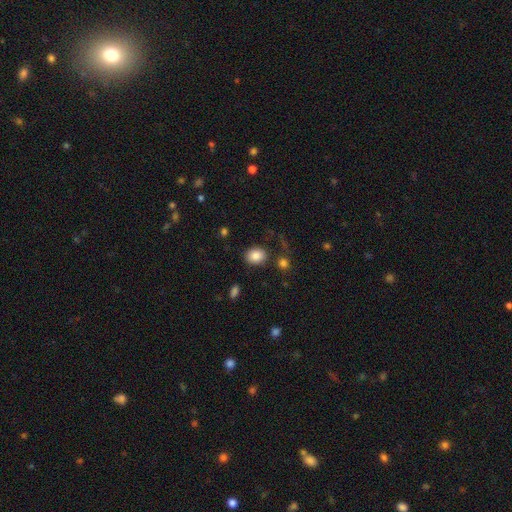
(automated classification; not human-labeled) Morphology: type=smooth (86%); roundness=in between (54%); merging=none (80%).